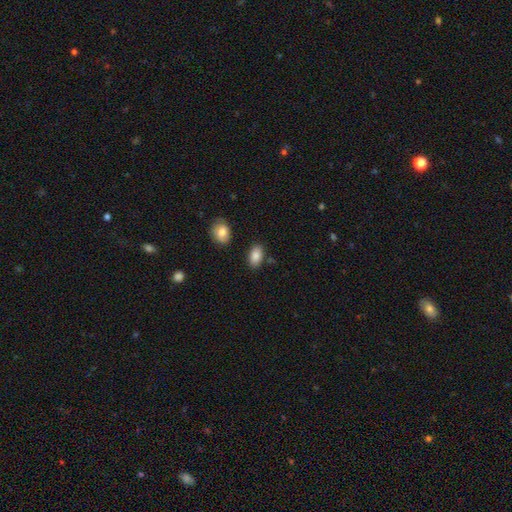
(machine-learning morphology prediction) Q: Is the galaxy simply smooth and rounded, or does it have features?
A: smooth — 87%.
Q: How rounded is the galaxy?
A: in between — 92%.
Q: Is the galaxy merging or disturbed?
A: none — 83%.